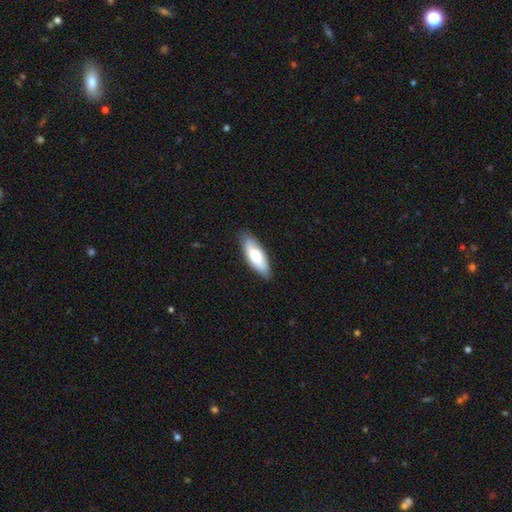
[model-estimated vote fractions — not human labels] This is likely a smooth galaxy (66%). How rounded: likely in between (69%). Merging: clearly none (85%).